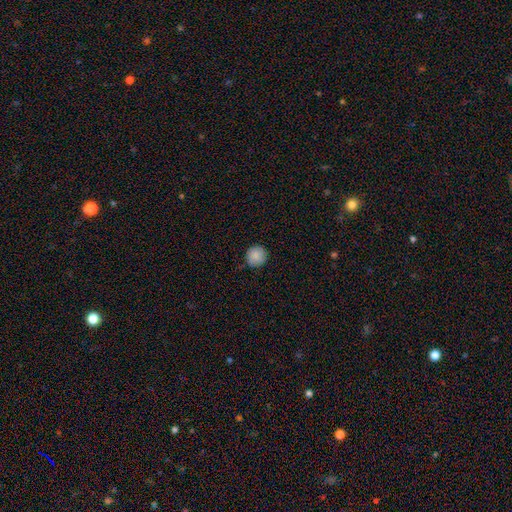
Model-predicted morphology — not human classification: smooth 87%, star or artifact 8%, featured or disk 5%. Down the decision tree: how rounded — round (94%); merging — none (83%).